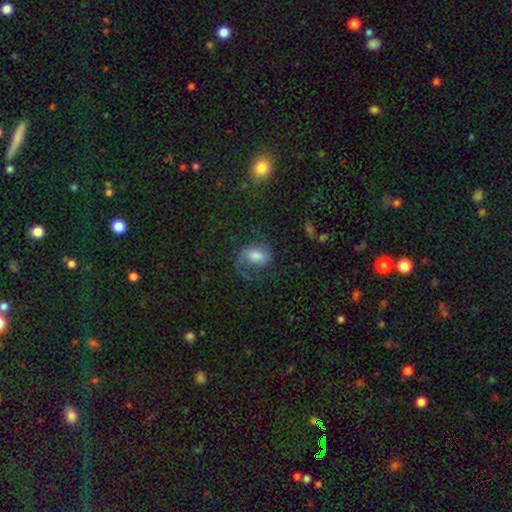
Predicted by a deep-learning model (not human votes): Morphology: type=featured or disk (49%); merging=none (50%).